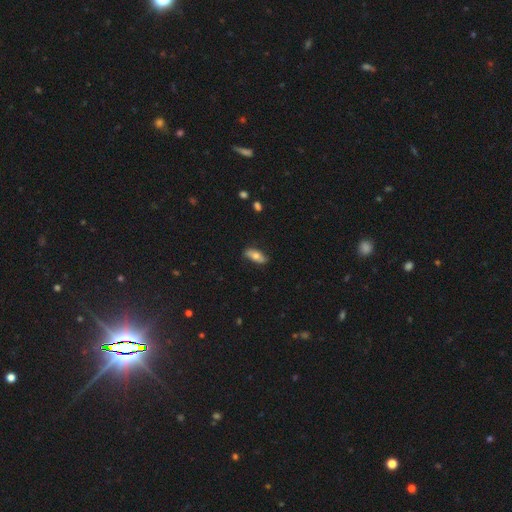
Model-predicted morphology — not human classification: This appears to be a smooth galaxy with no disk features (66%) that is in between round and cigar-shaped (80%). Merging: none (82%).